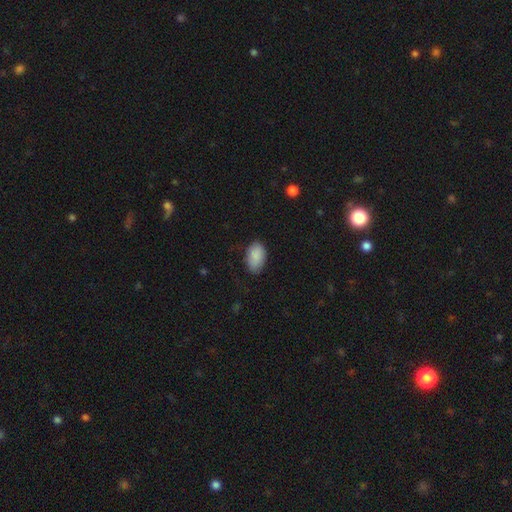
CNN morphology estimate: Q: Smooth or featured?
A: smooth (89%); runner-up: star or artifact (6%)
Q: How rounded?
A: in between (92%); runner-up: round (7%)
Q: Merging?
A: none (75%); runner-up: minor disturbance (20%)